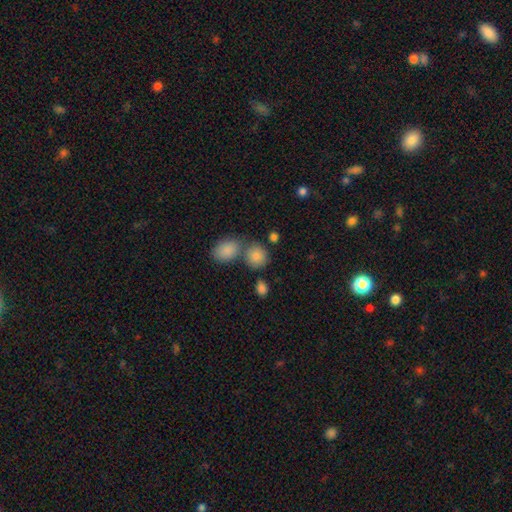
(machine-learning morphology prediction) Smooth or featured: smooth — 82% (star or artifact — 11%)
How rounded: round — 70% (in between — 29%)
Merging: none — 57% (merger — 30%)